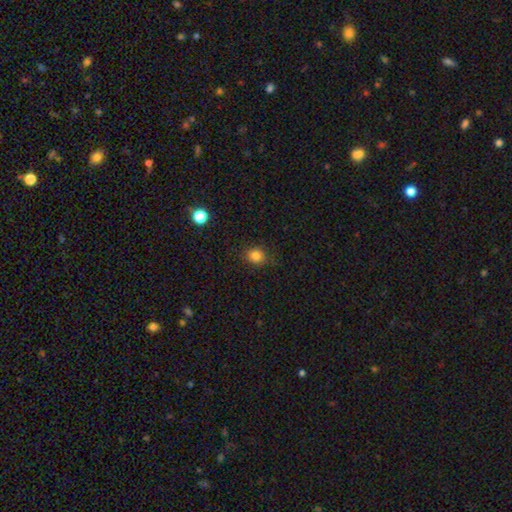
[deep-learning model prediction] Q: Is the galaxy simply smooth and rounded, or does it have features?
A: smooth — 83%.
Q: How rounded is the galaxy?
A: round — 75%.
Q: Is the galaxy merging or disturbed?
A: none — 85%.